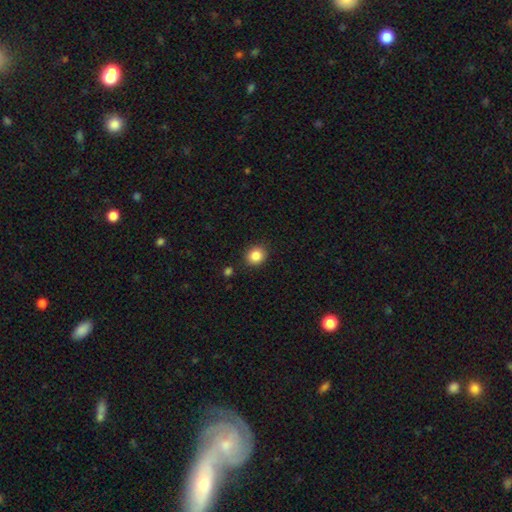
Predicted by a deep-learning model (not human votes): Smooth or featured? Predicted: smooth (p=0.85). How rounded? Predicted: round (p=0.76). Merging? Predicted: none (p=0.88).